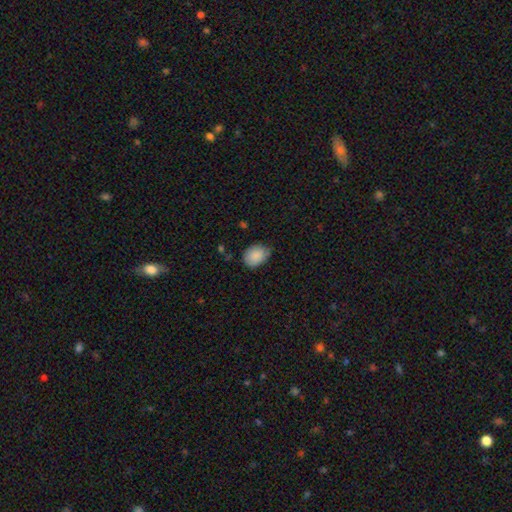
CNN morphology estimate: This is clearly a smooth galaxy (87%). How rounded: likely in between (64%). Merging: likely none (62%).